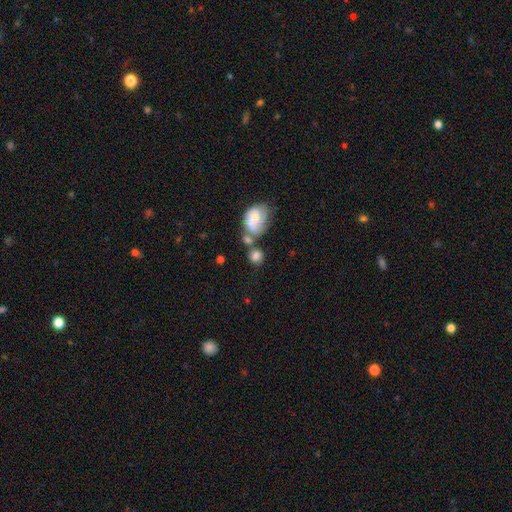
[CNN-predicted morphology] A smooth galaxy with no disk features (77%) that is round (71%). Merging: none (46%).